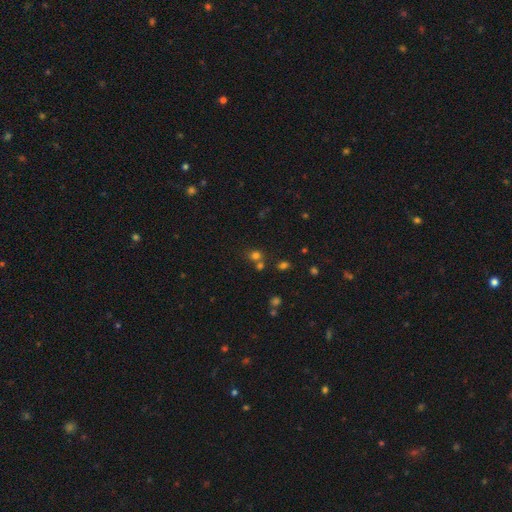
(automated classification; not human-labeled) smooth_or_featured: smooth (p=0.68) [alt: star or artifact p=0.24]
how_rounded: round (p=0.76) [alt: in between p=0.23]
merging: none (p=0.58) [alt: merger p=0.29]